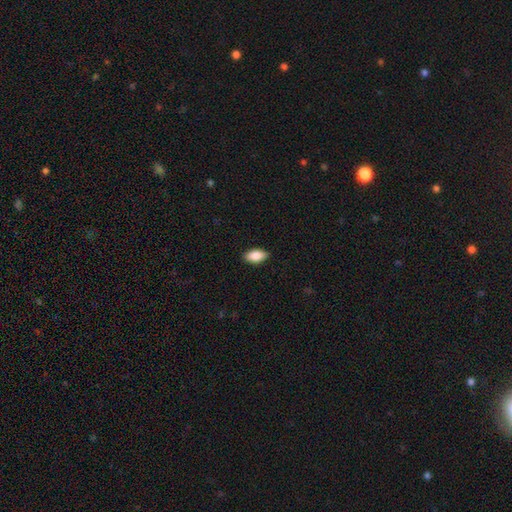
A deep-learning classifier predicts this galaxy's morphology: Q: Smooth or featured?
A: smooth (87%); runner-up: featured or disk (7%)
Q: How rounded?
A: in between (92%); runner-up: cigar-shaped (5%)
Q: Merging?
A: none (88%); runner-up: minor disturbance (9%)